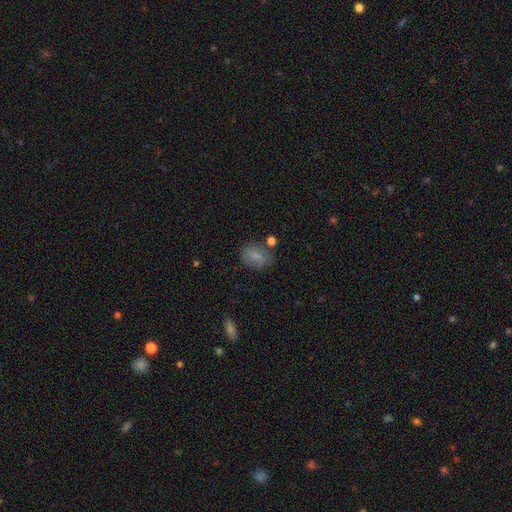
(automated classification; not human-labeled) smooth 75%, featured or disk 16%, star or artifact 10%. Down the decision tree: how rounded — in between (59%); merging — none (70%).